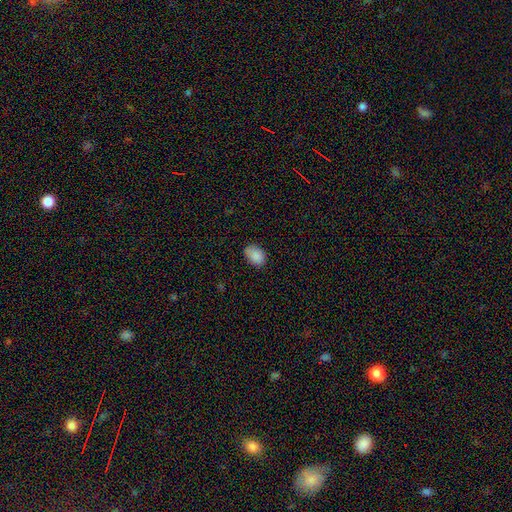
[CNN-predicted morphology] Smooth or featured? Predicted: smooth (p=0.88). How rounded? Predicted: in between (p=0.79). Merging? Predicted: none (p=0.80).